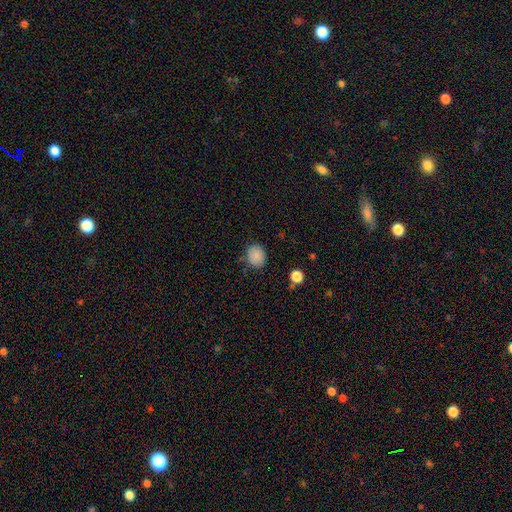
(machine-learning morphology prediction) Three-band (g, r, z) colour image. It shows a smooth galaxy with no disk features (86%) that is round (61%). Merging: none (79%).